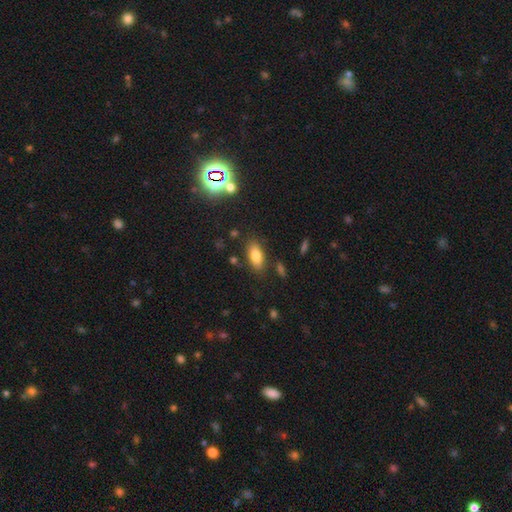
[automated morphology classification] Smooth or featured? Predicted: smooth (p=0.80). How rounded? Predicted: in between (p=0.86). Merging? Predicted: none (p=0.82).